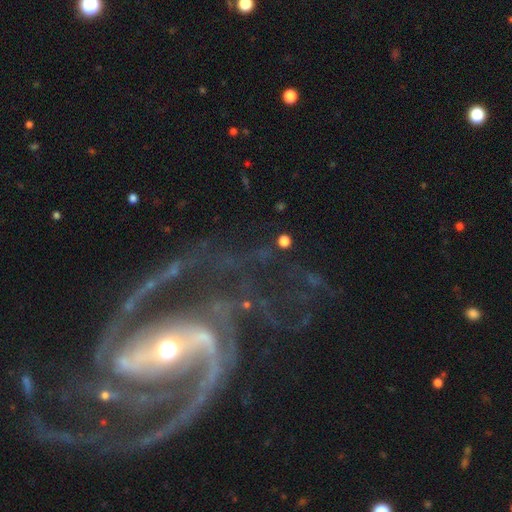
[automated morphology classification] Q: Smooth or featured?
A: featured or disk (92%); runner-up: star or artifact (5%)
Q: Edge-on disk?
A: no (97%); runner-up: yes (3%)
Q: Bar?
A: strong (59%); runner-up: weak (26%)
Q: Spiral arms?
A: yes (97%); runner-up: no (3%)
Q: Spiral winding?
A: medium (55%); runner-up: tight (23%)
Q: Spiral arm count?
A: 2 (78%); runner-up: 3 (6%)
Q: Bulge size?
A: small (46%); tied with: moderate (46%)
Q: Merging?
A: none (55%); runner-up: major disturbance (25%)